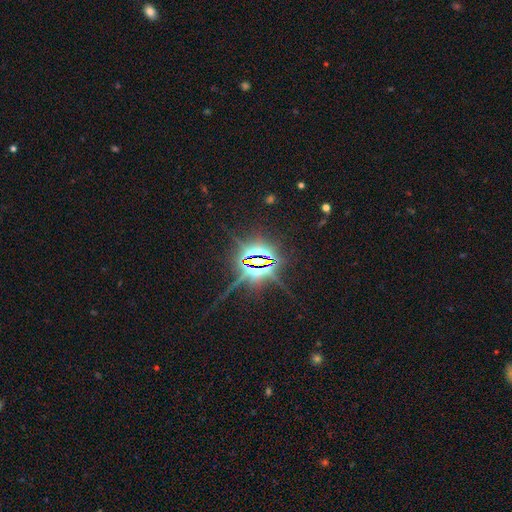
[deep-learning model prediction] Overall: star or artifact (84%).